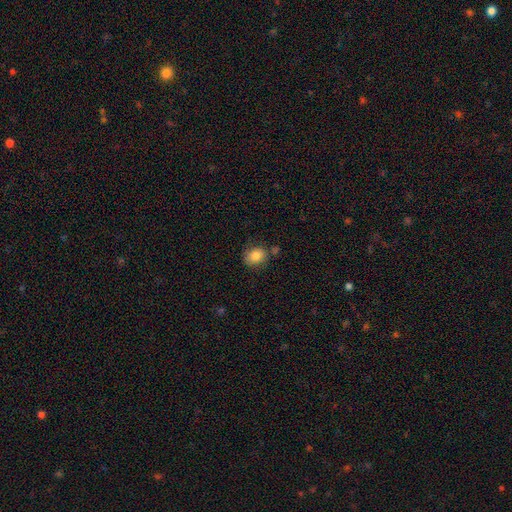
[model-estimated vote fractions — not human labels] A smooth galaxy with no disk features (83%) that is in between round and cigar-shaped (53%).

Vote fractions:
- Smooth or featured? smooth: 83% / star or artifact: 9% / featured or disk: 8%
- How rounded? in between: 53% / round: 46% / cigar-shaped: 1%
- Merging? none: 72% / minor disturbance: 17% / merger: 7% / major disturbance: 4%